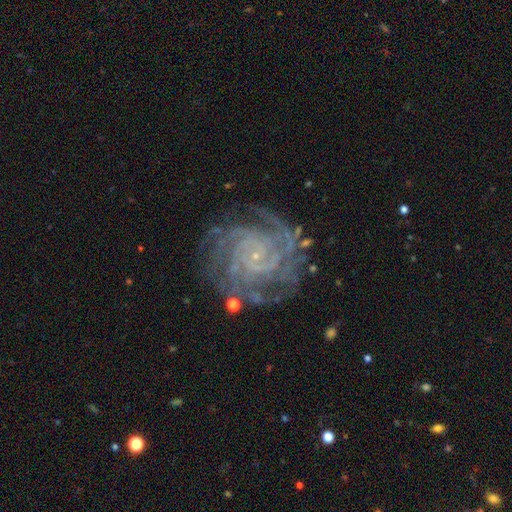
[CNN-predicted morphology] featured or disk 90%, star or artifact 6%, smooth 4%. Down the decision tree: edge-on disk — no (98%); bar — no (70%); spiral arms — yes (98%); spiral arm count — 4 (28%); spiral winding — tight (77%); bulge size — small (85%); merging — none (76%).